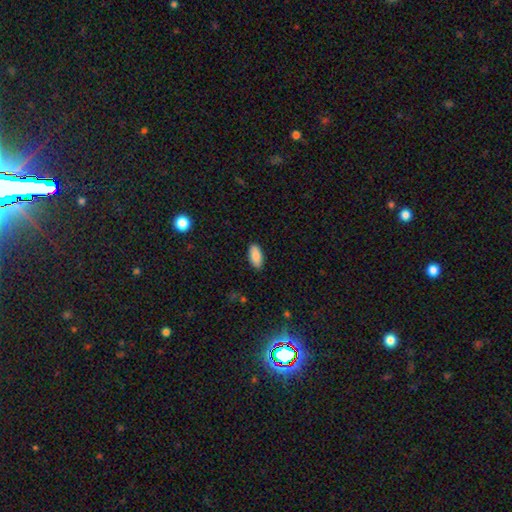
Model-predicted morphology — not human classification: Overall: smooth (89%). How rounded: in between (90%). Merging: none (88%).